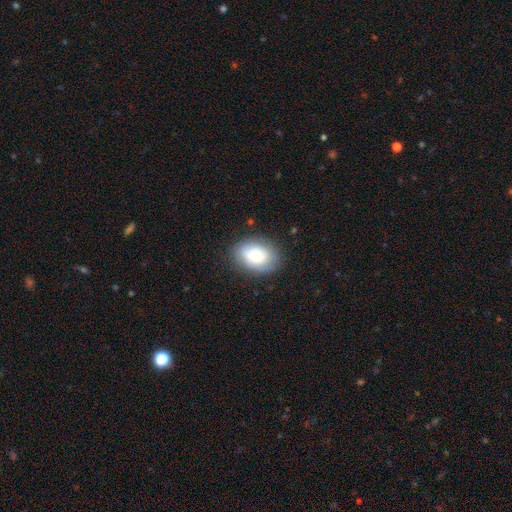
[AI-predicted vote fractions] Q: Smooth or featured?
A: smooth (73%); runner-up: featured or disk (18%)
Q: How rounded?
A: in between (74%); runner-up: round (25%)
Q: Merging?
A: none (76%); runner-up: minor disturbance (17%)